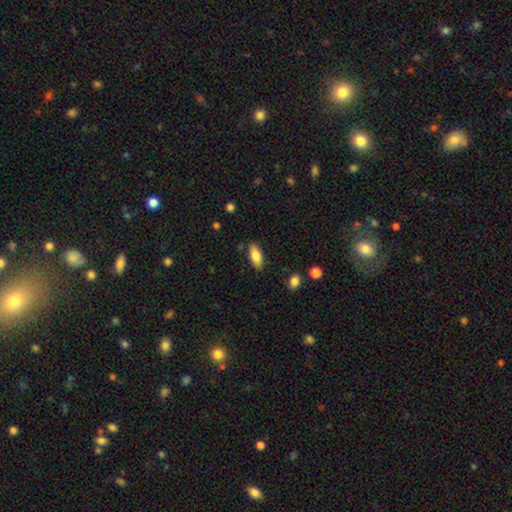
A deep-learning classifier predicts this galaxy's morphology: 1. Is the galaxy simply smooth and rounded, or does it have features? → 79% smooth, 14% featured or disk, 7% star or artifact.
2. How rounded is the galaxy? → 83% in between, 15% cigar-shaped, 2% round.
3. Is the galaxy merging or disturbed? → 84% none, 12% minor disturbance, 3% major disturbance, 2% merger.